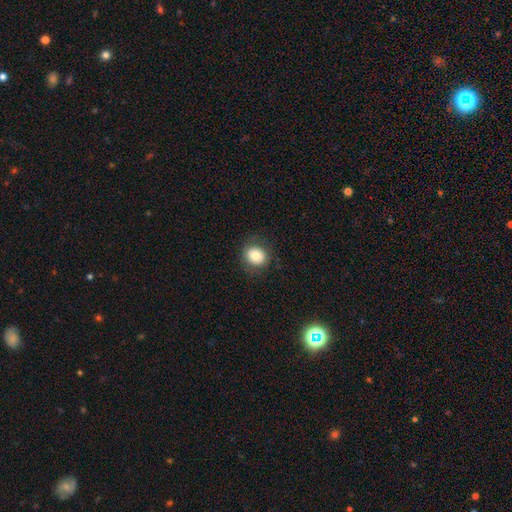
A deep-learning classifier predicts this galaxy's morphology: A smooth galaxy with no disk features (77%) that is round (78%).

Vote fractions:
- Smooth or featured? smooth: 77% / featured or disk: 13% / star or artifact: 10%
- How rounded? round: 78% / in between: 21% / cigar-shaped: 1%
- Merging? none: 85% / minor disturbance: 10% / major disturbance: 4% / merger: 1%